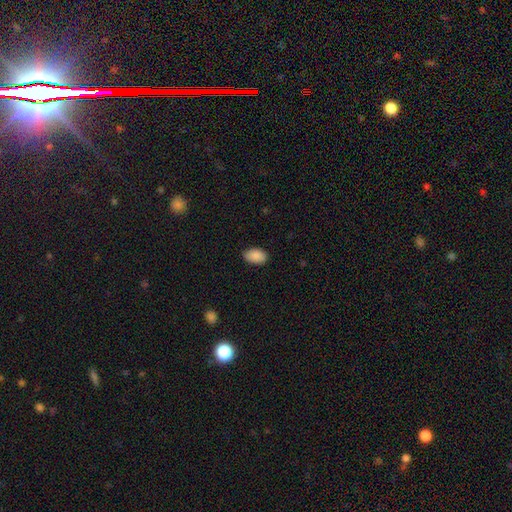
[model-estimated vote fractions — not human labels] Overall: smooth (90%). How rounded: in between (92%). Merging: none (86%).